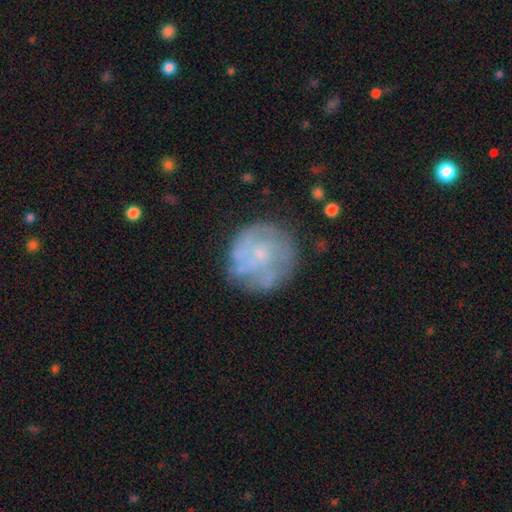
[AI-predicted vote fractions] smooth_or_featured: featured or disk (p=0.58) [alt: smooth p=0.33]
disk_edge_on: no (p=0.98) [alt: yes p=0.02]
bar: no (p=0.81) [alt: weak p=0.17]
has_spiral_arms: yes (p=0.57) [alt: no p=0.43]
bulge_size: small (p=0.59) [alt: moderate p=0.24]
merging: none (p=0.72) [alt: minor disturbance p=0.17]